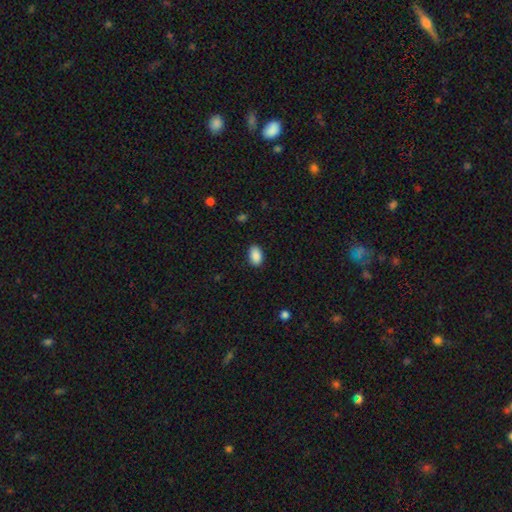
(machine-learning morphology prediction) Smooth or featured? smooth (90%)
How rounded? in between (91%)
Merging? none (87%)